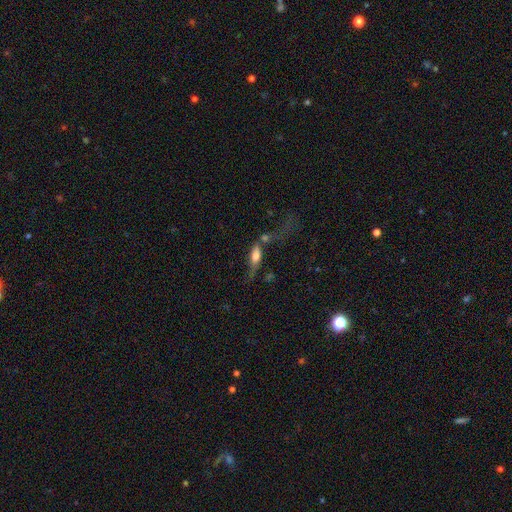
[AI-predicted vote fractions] smooth 51%, featured or disk 40%, star or artifact 10%. Down the decision tree: how rounded — in between (59%); merging — major disturbance (30%).